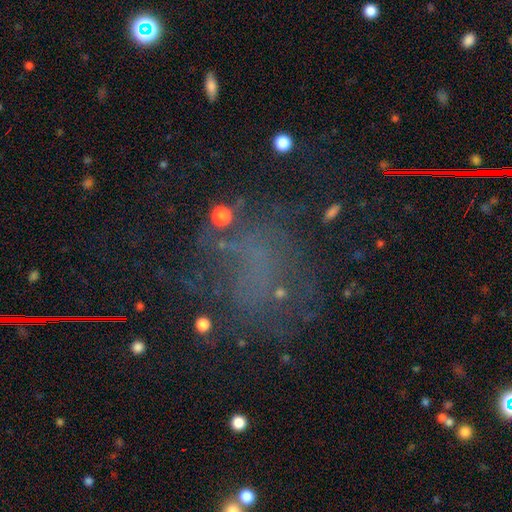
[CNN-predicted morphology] type=star or artifact (39%).